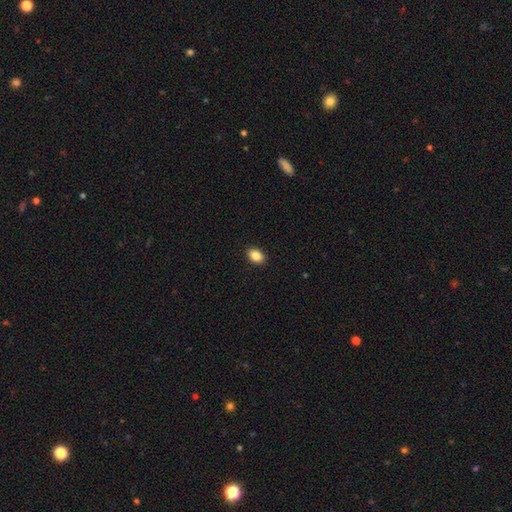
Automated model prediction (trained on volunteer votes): A smooth galaxy with no disk features (87%) that is in between round and cigar-shaped (83%).

Vote fractions:
- Smooth or featured? smooth: 87% / star or artifact: 8% / featured or disk: 4%
- How rounded? in between: 83% / round: 16% / cigar-shaped: 1%
- Merging? none: 91% / minor disturbance: 6% / major disturbance: 2% / merger: 1%